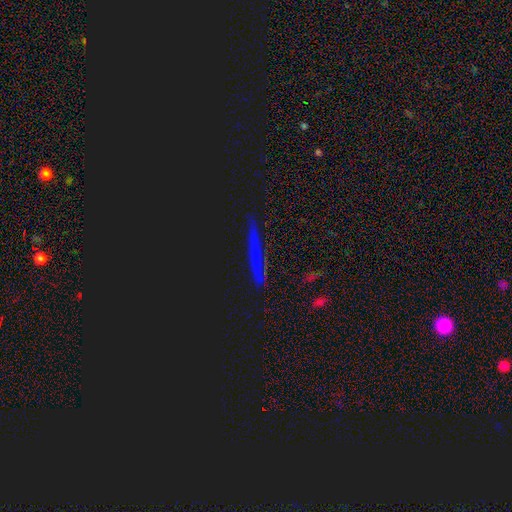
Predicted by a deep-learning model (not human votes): Overall: star or artifact (57%; smooth 27%).